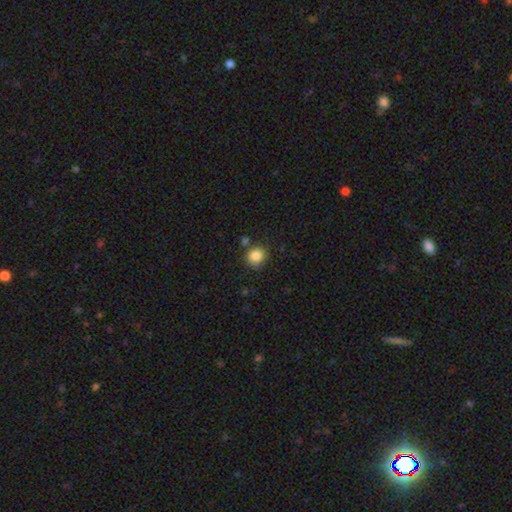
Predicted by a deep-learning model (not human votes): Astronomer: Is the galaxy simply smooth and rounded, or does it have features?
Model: smooth — 85%.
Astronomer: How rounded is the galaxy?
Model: round — 86%.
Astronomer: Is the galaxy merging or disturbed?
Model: none — 81%.